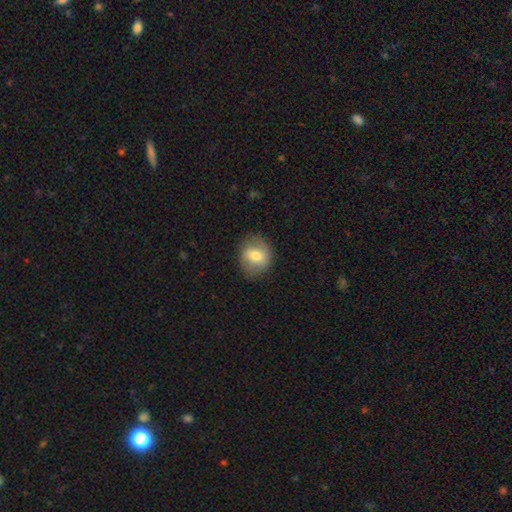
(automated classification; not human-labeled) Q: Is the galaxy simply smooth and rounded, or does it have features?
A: smooth — 67%.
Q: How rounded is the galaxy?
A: round — 69%.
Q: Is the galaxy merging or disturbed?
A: none — 81%.